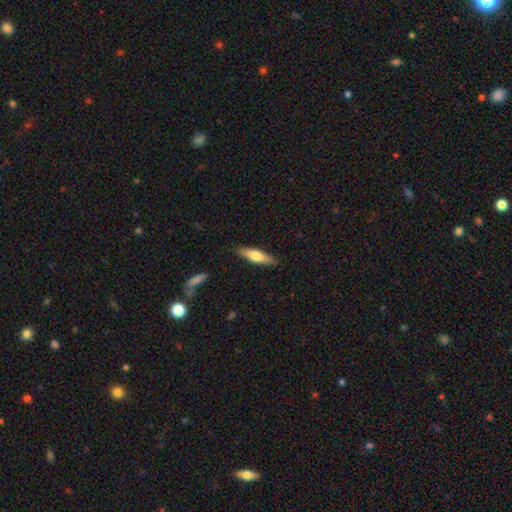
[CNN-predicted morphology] smooth-or-featured: smooth: 59% | featured or disk: 36% | star or artifact: 6%
  how-rounded: cigar-shaped: 67% | in between: 31% | round: 2%
  merging: none: 87% | minor disturbance: 10% | major disturbance: 2% | merger: 1%